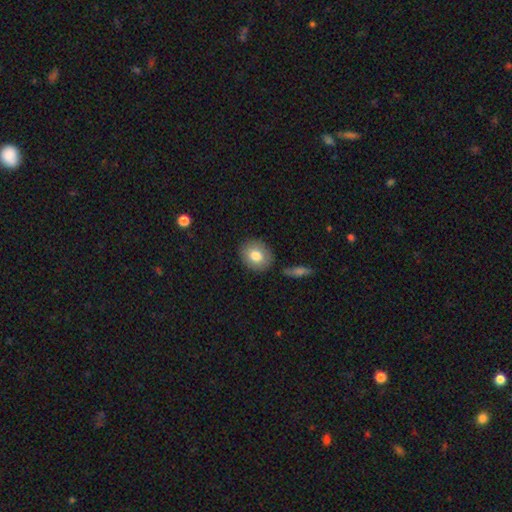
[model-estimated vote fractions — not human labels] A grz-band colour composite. It shows a smooth galaxy with no disk features (79%) that is round (64%). Merging: none (85%).